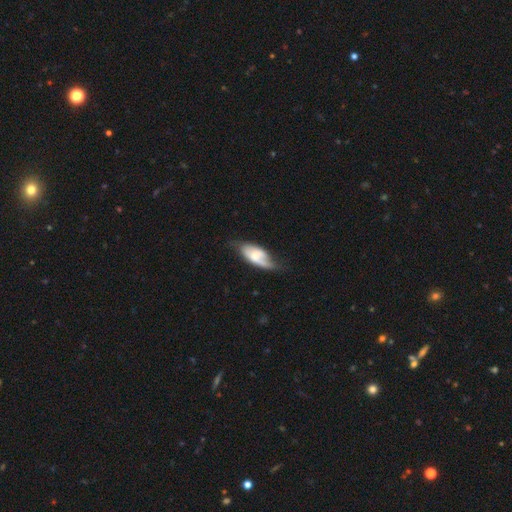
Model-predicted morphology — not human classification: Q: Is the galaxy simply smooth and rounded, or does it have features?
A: featured or disk — 55%.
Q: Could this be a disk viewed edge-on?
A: no — 86%.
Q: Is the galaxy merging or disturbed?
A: none — 42%.